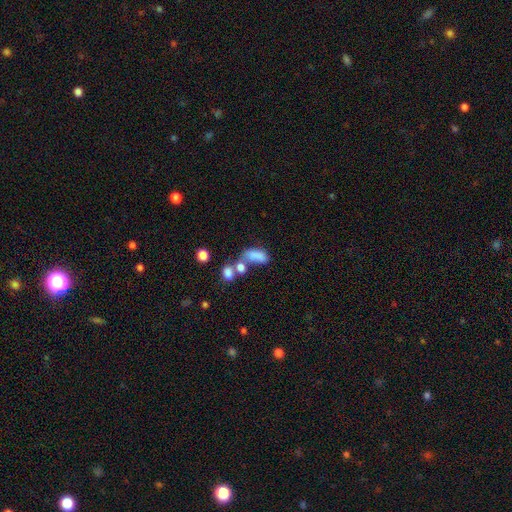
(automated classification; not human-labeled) Smooth or featured? Predicted: smooth (p=0.74). How rounded? Predicted: in between (p=0.85). Merging? Predicted: merger (p=0.45).